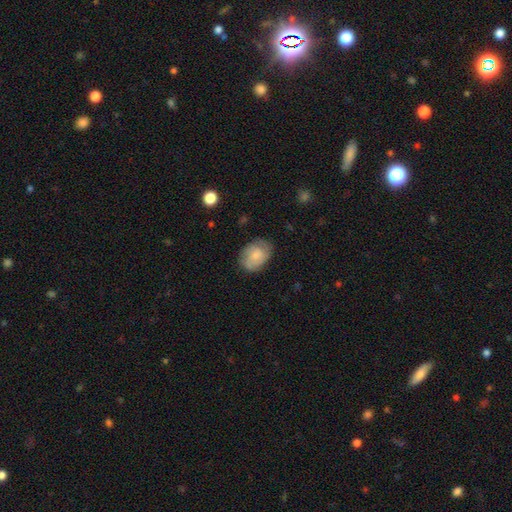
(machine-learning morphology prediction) Smooth or featured? Predicted: smooth (p=0.63). How rounded? Predicted: in between (p=0.74). Merging? Predicted: none (p=0.72).